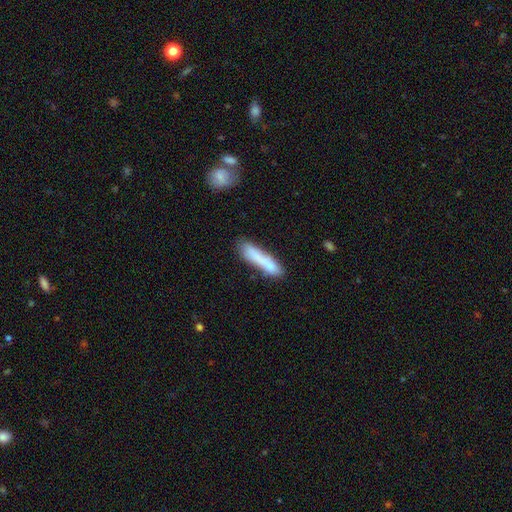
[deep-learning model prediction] This is likely a smooth galaxy (73%). How rounded: clearly cigar-shaped (80%). Merging: possibly none (47%).